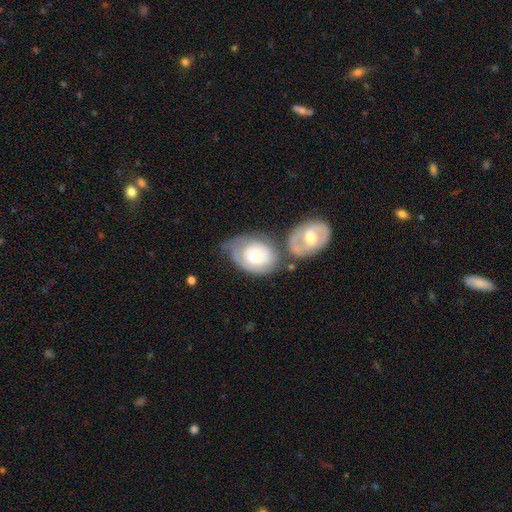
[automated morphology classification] This is possibly a featured or disk galaxy (47%, tied with smooth). Merging: marginally none (35%).